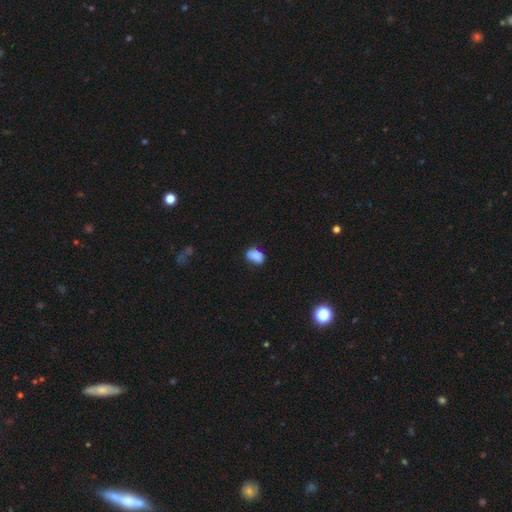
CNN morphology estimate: Overall: smooth (84%). How rounded: in between (83%). Merging: none (63%; minor disturbance 29%).